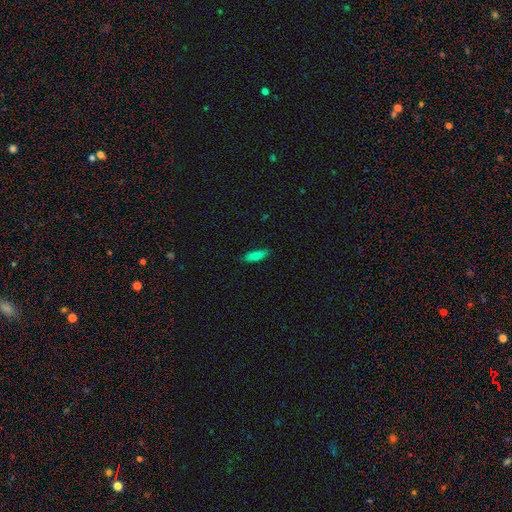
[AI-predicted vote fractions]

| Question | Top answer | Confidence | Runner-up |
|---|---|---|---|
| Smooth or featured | smooth | 82% | featured or disk (10%) |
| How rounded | in between | 57% | cigar-shaped (41%) |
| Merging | none | 85% | minor disturbance (12%) |